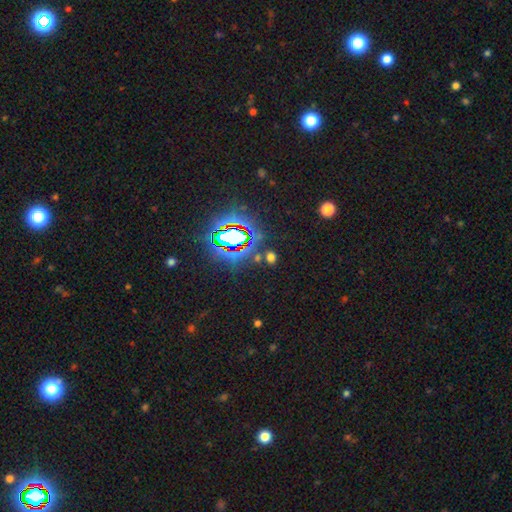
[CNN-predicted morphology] Overall: star or artifact (77%).